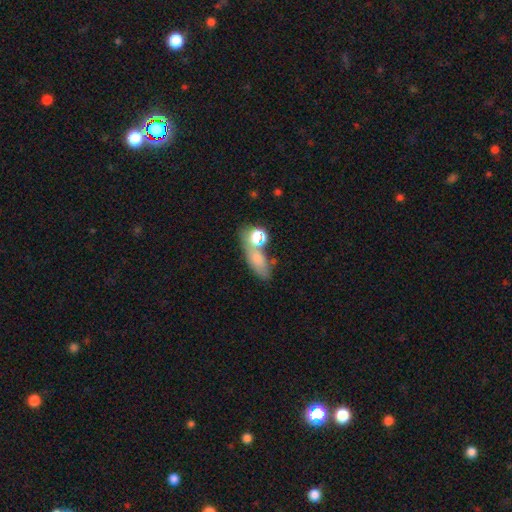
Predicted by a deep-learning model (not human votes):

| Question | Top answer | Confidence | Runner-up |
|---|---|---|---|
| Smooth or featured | smooth | 66% | featured or disk (19%) |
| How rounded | in between | 59% | cigar-shaped (22%) |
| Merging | none | 50% | merger (24%) |